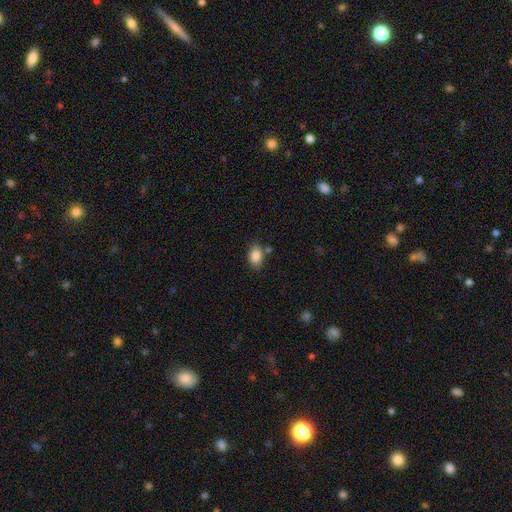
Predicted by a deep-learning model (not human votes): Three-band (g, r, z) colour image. It shows a smooth galaxy with no disk features (86%) that is in between round and cigar-shaped (80%). Merging: none (72%).